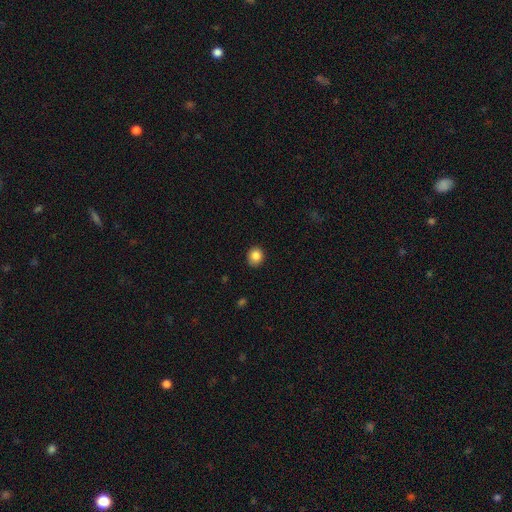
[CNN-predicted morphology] smooth_or_featured: smooth (p=0.86) [alt: star or artifact p=0.10]
how_rounded: round (p=0.75) [alt: in between p=0.24]
merging: none (p=0.89) [alt: minor disturbance p=0.09]